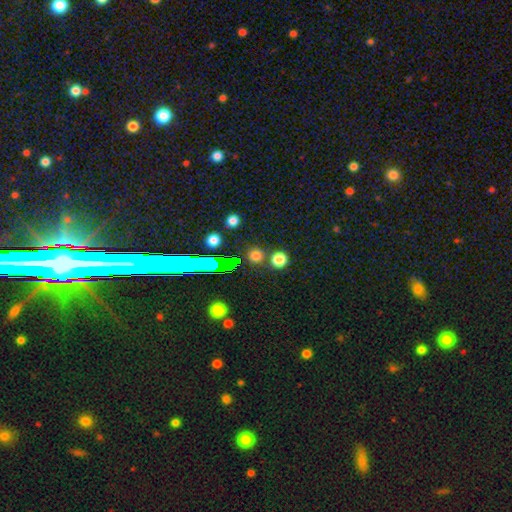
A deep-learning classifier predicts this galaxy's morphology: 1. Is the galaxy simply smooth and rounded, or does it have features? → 72% smooth, 22% star or artifact, 7% featured or disk.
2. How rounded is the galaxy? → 91% round, 7% in between, 1% cigar-shaped.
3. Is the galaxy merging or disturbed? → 81% none, 9% merger, 7% minor disturbance, 3% major disturbance.